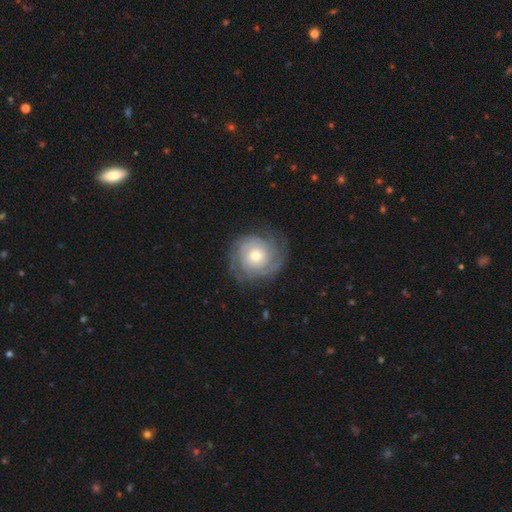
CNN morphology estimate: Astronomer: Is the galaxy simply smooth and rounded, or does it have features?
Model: featured or disk — 80%.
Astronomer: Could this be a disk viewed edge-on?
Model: no — 98%.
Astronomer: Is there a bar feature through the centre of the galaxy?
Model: no — 81%.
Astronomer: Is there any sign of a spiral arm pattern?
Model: yes — 93%.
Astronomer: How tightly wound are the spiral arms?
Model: tight — 75%.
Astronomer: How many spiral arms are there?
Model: can't tell — 33% (runner-up: 2, 25%).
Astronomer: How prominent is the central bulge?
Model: moderate — 63%.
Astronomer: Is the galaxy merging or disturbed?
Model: none — 79%.